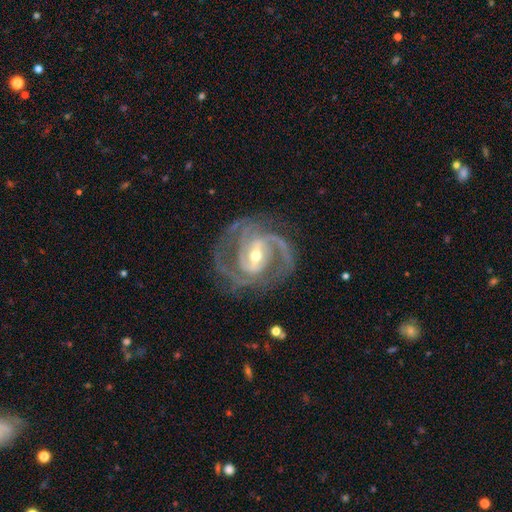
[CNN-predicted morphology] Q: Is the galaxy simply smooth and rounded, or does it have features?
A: featured or disk — 92%.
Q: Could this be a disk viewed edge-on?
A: no — 97%.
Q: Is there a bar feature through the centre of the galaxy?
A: strong — 45%.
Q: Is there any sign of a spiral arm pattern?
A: yes — 98%.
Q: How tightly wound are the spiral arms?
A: medium — 50%.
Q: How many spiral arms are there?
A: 2 — 49%.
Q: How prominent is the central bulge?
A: moderate — 49%.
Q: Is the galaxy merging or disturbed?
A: none — 72%.